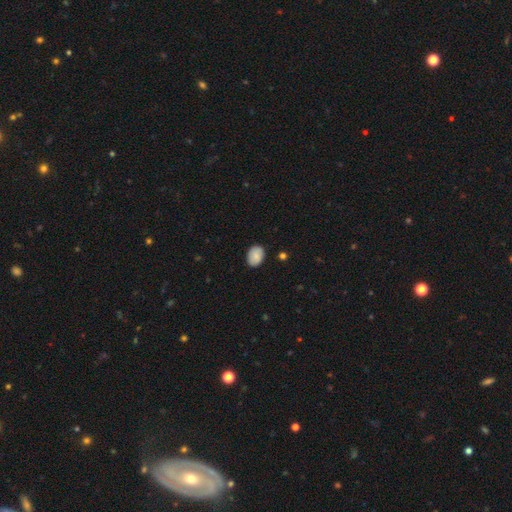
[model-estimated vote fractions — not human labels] Overall: smooth (84%). How rounded: in between (76%). Merging: none (84%).